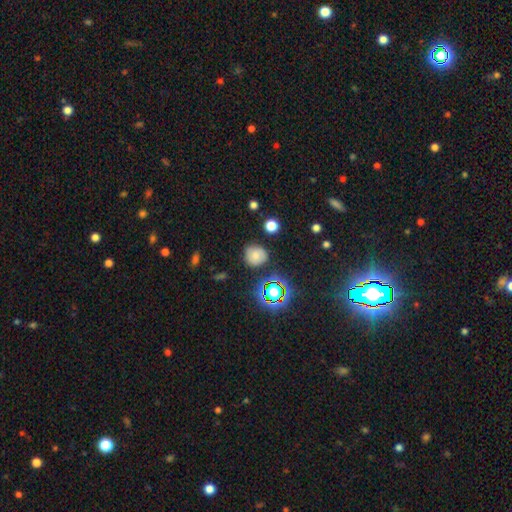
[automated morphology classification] A smooth galaxy with no disk features (67%) that is round (85%). Merging: none (77%).